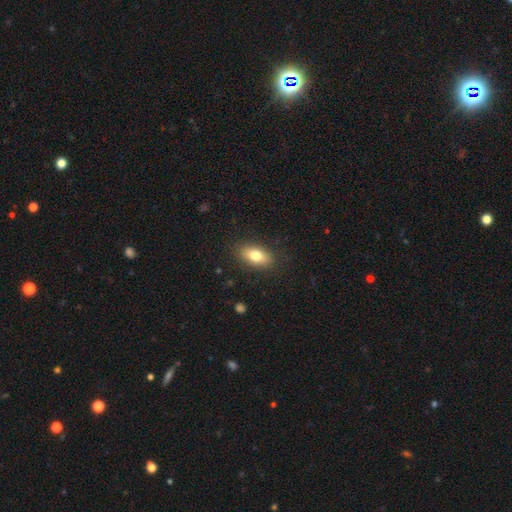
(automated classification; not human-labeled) smooth 76%, featured or disk 16%, star or artifact 8%. Down the decision tree: how rounded — in between (86%); merging — none (86%).